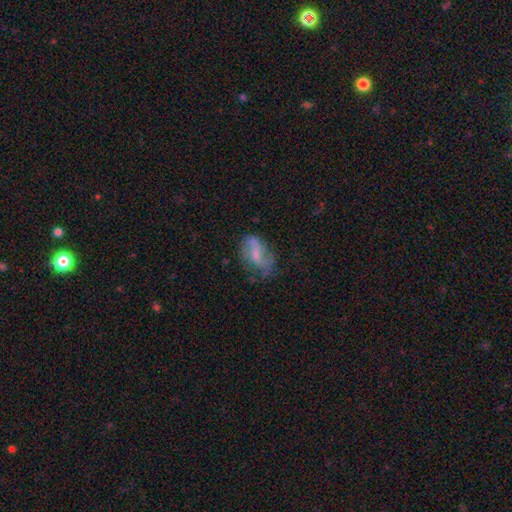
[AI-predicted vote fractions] Smooth or featured? featured or disk (61%)
Edge-on disk? no (96%)
Bar? weak (47%)
Spiral arms? yes (79%)
Bulge size? small (36%)
Merging? none (50%)